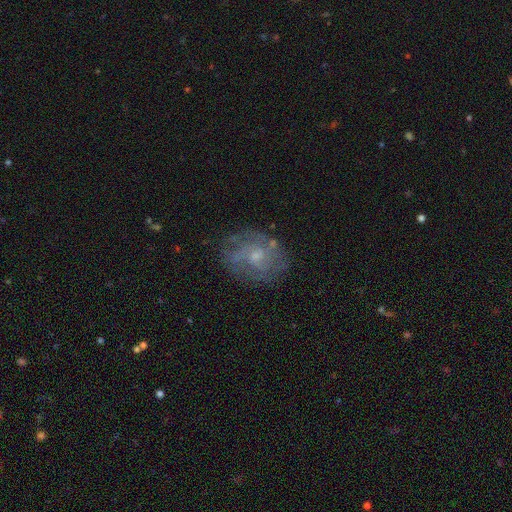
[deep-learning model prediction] Q: Smooth or featured?
A: featured or disk (64%); runner-up: smooth (27%)
Q: Edge-on disk?
A: no (97%); runner-up: yes (3%)
Q: Bar?
A: no (67%); runner-up: weak (29%)
Q: Spiral arms?
A: yes (69%); runner-up: no (31%)
Q: Bulge size?
A: small (53%); runner-up: moderate (37%)
Q: Merging?
A: none (68%); runner-up: minor disturbance (19%)